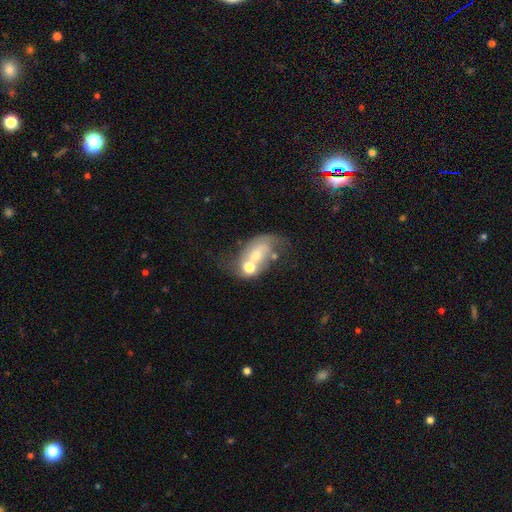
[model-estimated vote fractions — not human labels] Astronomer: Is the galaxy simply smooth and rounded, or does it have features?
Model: featured or disk — 58%.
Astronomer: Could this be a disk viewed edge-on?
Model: no — 96%.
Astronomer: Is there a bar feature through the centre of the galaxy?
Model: no — 69%.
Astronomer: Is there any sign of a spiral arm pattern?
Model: yes — 60% (runner-up: no, 40%).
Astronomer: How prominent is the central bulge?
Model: moderate — 52% (runner-up: small, 32%).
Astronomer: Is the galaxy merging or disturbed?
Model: merger — 46% (runner-up: none, 21%).